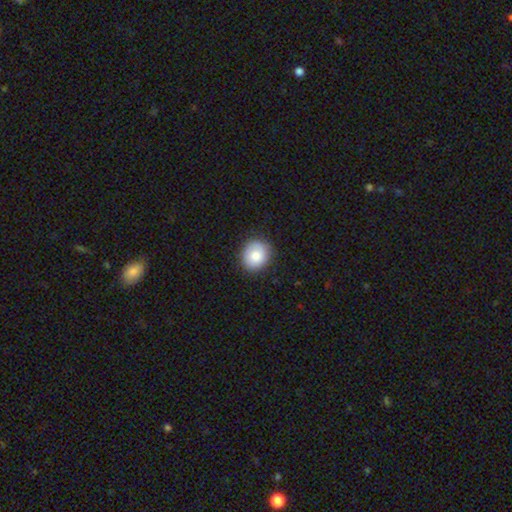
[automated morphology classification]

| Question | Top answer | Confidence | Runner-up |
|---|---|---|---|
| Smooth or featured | smooth | 82% | featured or disk (10%) |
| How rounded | round | 77% | in between (22%) |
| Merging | none | 82% | minor disturbance (14%) |